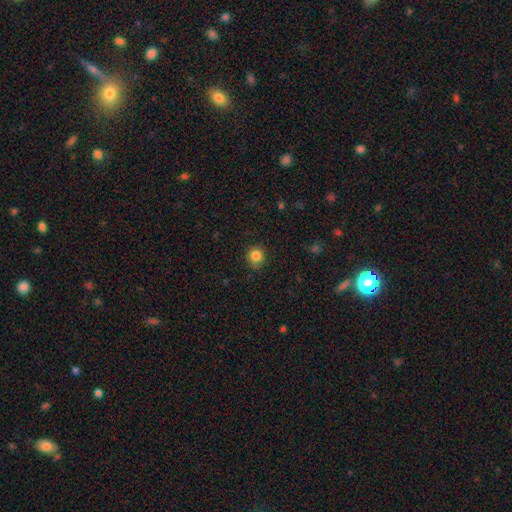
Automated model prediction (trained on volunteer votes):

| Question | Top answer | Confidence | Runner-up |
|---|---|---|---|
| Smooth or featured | smooth | 84% | star or artifact (11%) |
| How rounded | round | 90% | in between (9%) |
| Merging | none | 82% | minor disturbance (13%) |